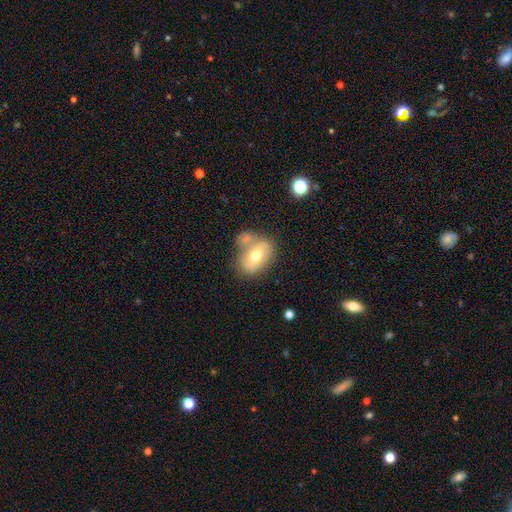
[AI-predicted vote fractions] This appears to be a smooth galaxy with no disk features (58%) that is in between round and cigar-shaped (72%). Merging: none (45%).